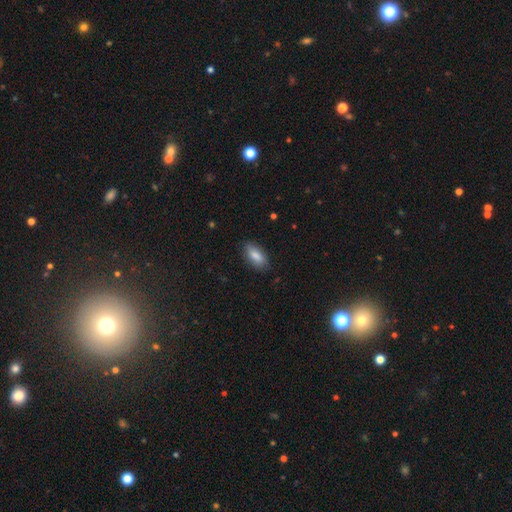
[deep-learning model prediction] smooth 84%, featured or disk 10%, star or artifact 7%. Down the decision tree: how rounded — in between (86%); merging — none (83%).